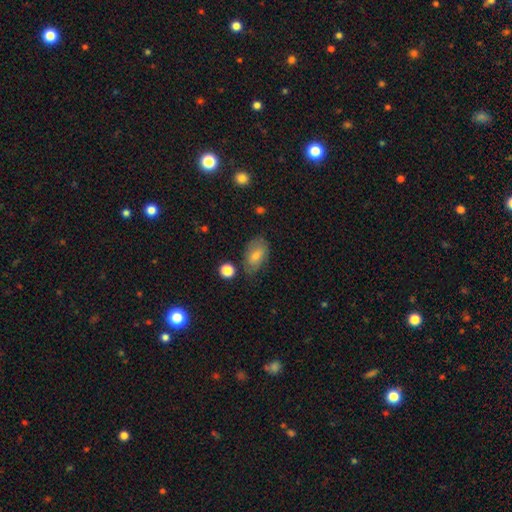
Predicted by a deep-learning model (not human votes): This appears to be a smooth galaxy with no disk features (65%) that is in between round and cigar-shaped (89%). Merging: none (71%).